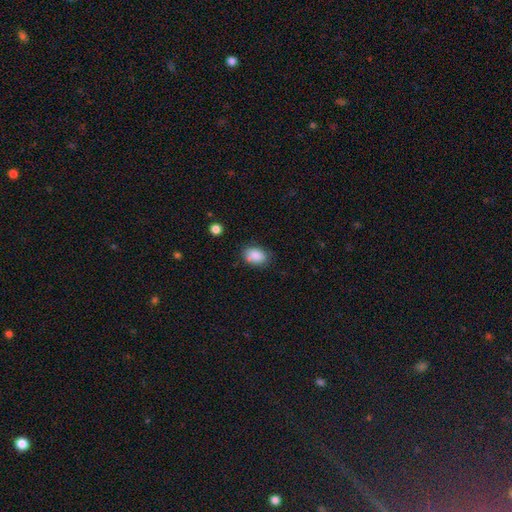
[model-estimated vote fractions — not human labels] Smooth or featured? Predicted: smooth (p=0.88). How rounded? Predicted: in between (p=0.80). Merging? Predicted: none (p=0.76).